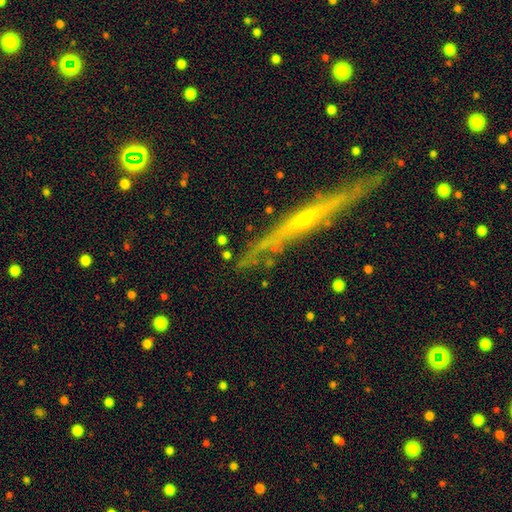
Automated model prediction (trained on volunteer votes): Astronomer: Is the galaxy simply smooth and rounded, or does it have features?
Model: featured or disk — 77%.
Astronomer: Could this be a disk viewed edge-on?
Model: yes — 93%.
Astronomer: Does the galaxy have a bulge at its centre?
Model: rounded — 52% (runner-up: none, 44%).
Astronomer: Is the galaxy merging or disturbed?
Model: none — 79%.